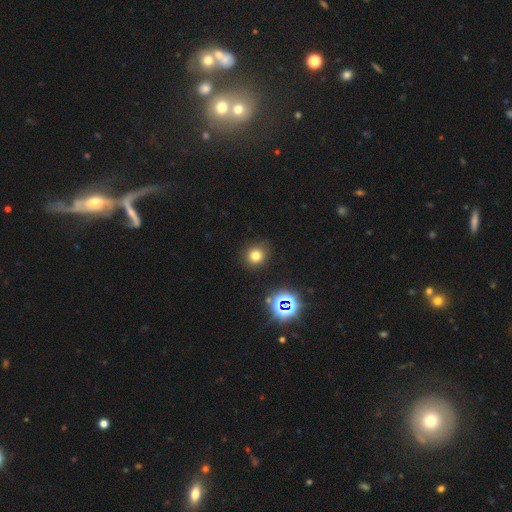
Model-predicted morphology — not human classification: Smooth or featured: smooth — 74% (star or artifact — 20%)
How rounded: round — 87% (in between — 12%)
Merging: none — 88% (minor disturbance — 8%)